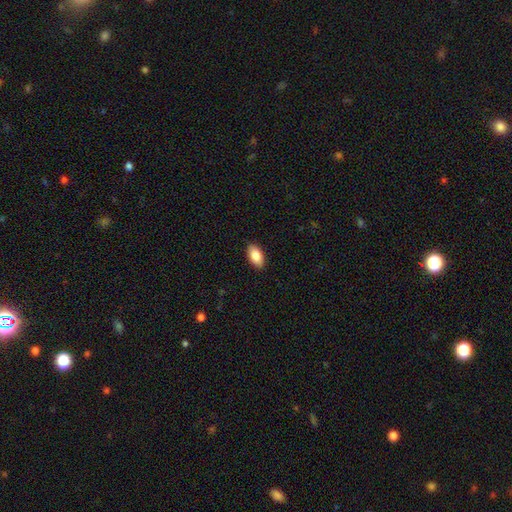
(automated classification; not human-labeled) A smooth galaxy with no disk features (86%) that is in between round and cigar-shaped (94%). Merging: none (90%).